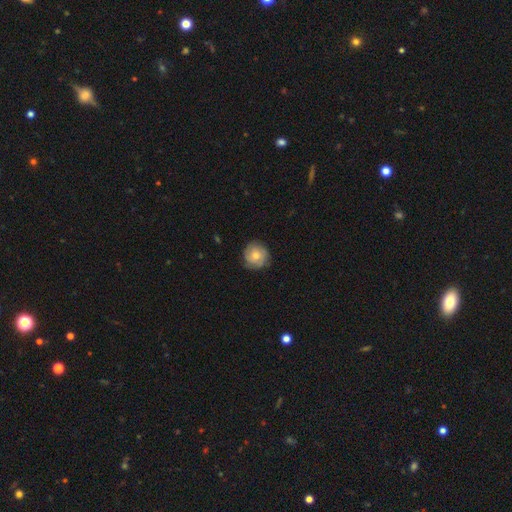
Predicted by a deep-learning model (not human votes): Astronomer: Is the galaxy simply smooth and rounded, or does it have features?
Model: smooth — 49% (runner-up: featured or disk, 43%).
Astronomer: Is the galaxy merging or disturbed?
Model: none — 82%.